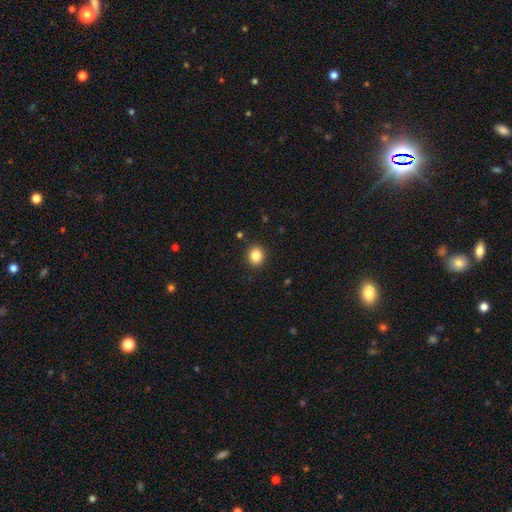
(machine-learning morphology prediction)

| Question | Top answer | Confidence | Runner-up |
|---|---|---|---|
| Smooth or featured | smooth | 85% | star or artifact (11%) |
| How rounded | round | 78% | in between (21%) |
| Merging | none | 91% | minor disturbance (6%) |